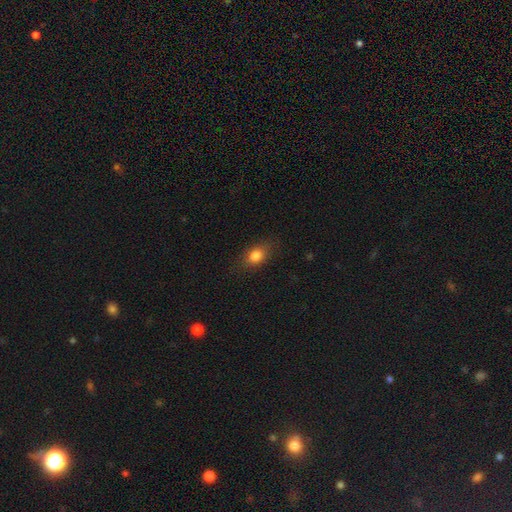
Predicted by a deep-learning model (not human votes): The model was most divided on "how rounded": in between: 75%, round: 21%, cigar-shaped: 4%. More confident: smooth or featured — smooth (82%); merging — none (81%).